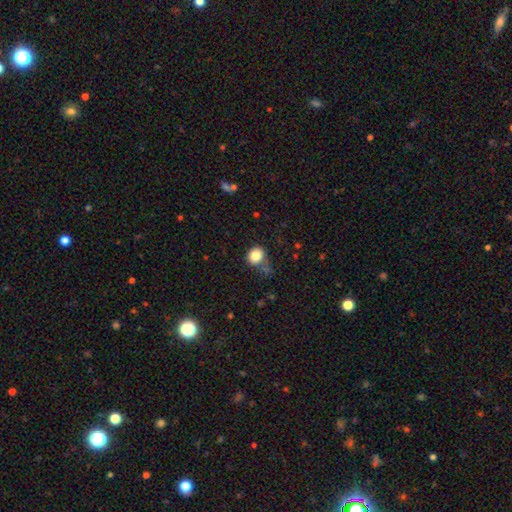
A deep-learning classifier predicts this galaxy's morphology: Smooth or featured? Predicted: smooth (p=0.84). How rounded? Predicted: round (p=0.81). Merging? Predicted: none (p=0.69).